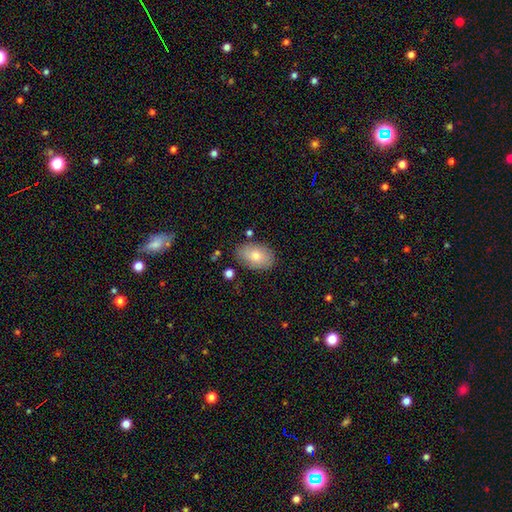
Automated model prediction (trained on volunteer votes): The model was most divided on "smooth or featured": smooth: 75%, featured or disk: 17%, star or artifact: 8%. More confident: how rounded — in between (89%); merging — none (81%).